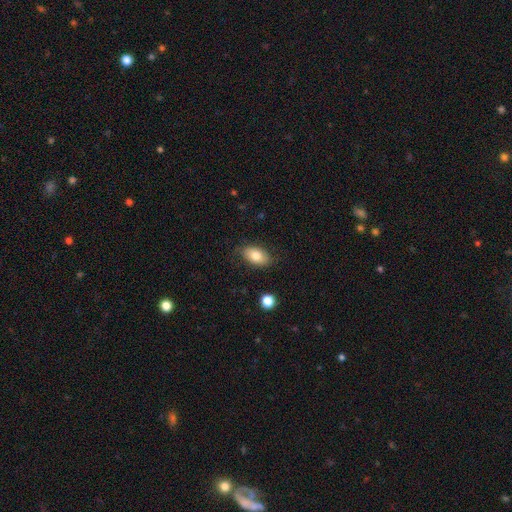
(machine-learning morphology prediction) Smooth or featured?
  - smooth: 79% *
  - featured or disk: 14%
  - star or artifact: 8%
How rounded?
  - in between: 91% *
  - round: 7%
  - cigar-shaped: 2%
Merging?
  - none: 81% *
  - minor disturbance: 14%
  - major disturbance: 3%
  - merger: 1%